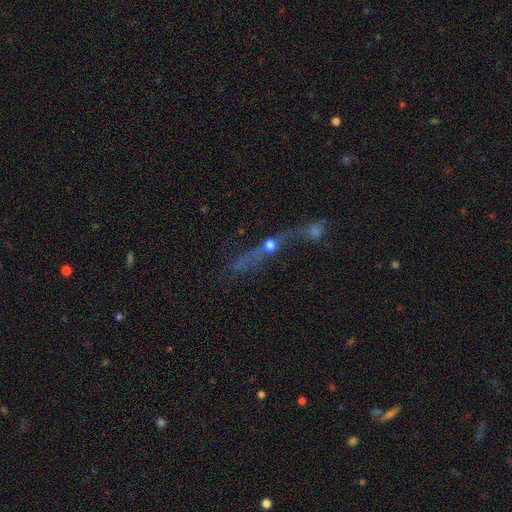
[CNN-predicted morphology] Q: Smooth or featured?
A: featured or disk (38%); runner-up: star or artifact (31%)
Q: Merging?
A: merger (43%); runner-up: none (29%)